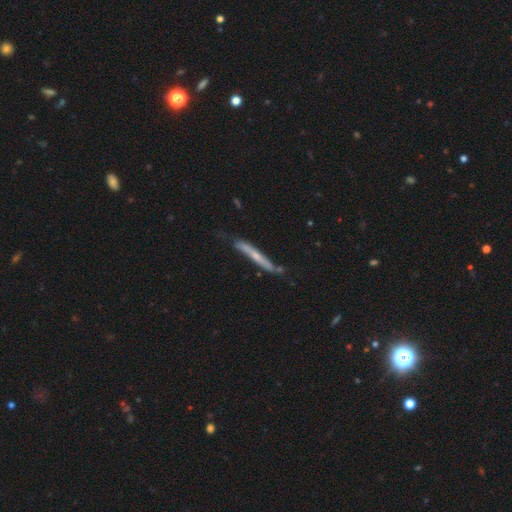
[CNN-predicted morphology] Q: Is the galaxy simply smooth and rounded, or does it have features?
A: featured or disk — 57%.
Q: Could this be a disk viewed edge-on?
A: yes — 88%.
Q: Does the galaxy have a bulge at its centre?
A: rounded — 48%.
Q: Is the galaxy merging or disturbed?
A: none — 64%.